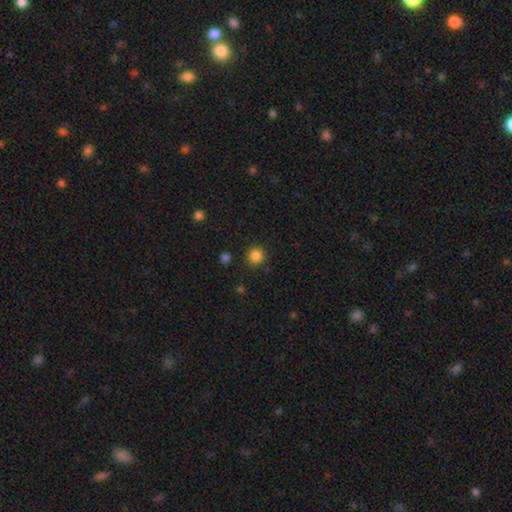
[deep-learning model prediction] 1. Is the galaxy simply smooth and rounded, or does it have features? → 85% smooth, 11% star or artifact, 4% featured or disk.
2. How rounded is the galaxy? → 91% round, 8% in between, 1% cigar-shaped.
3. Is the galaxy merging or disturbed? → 89% none, 7% minor disturbance, 2% major disturbance, 2% merger.